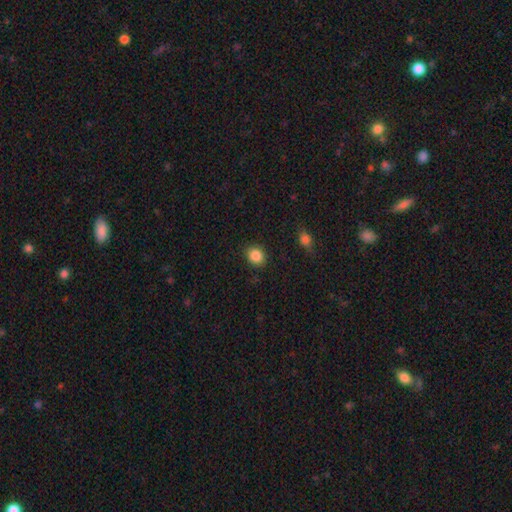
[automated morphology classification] smooth 87%, star or artifact 9%, featured or disk 4%. Down the decision tree: how rounded — round (67%); merging — none (88%).